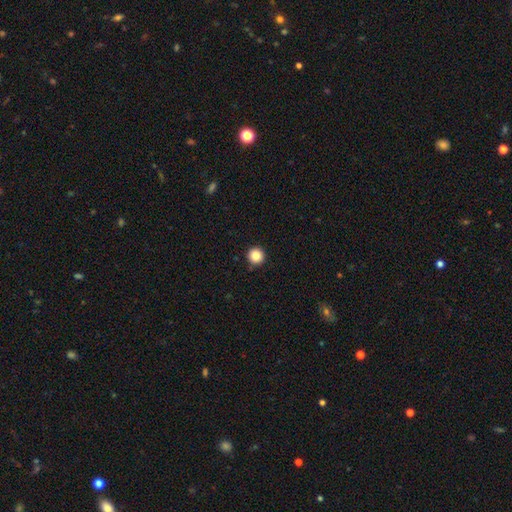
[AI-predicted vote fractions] Q: Smooth or featured?
A: smooth (85%); runner-up: star or artifact (10%)
Q: How rounded?
A: round (96%); runner-up: in between (3%)
Q: Merging?
A: none (92%); runner-up: minor disturbance (5%)